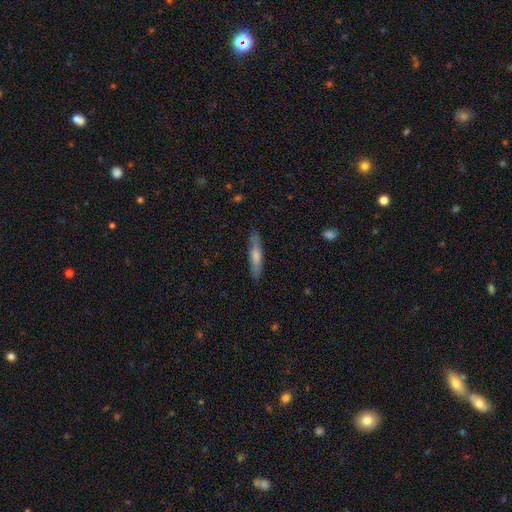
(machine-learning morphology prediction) smooth_or_featured: smooth (p=0.55) [alt: featured or disk p=0.39]
how_rounded: cigar-shaped (p=0.90) [alt: in between p=0.09]
merging: none (p=0.87) [alt: minor disturbance p=0.10]